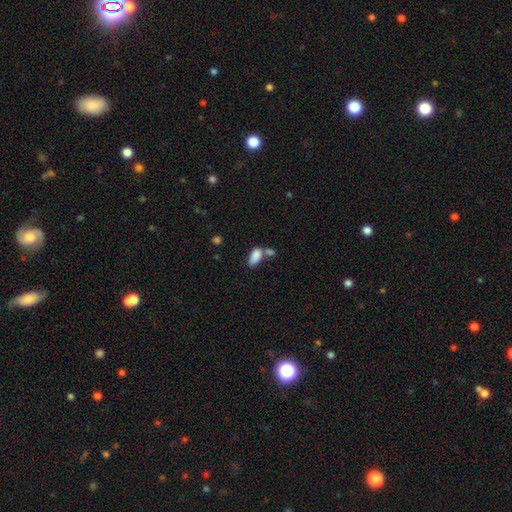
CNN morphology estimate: Smooth or featured: smooth — 84% (star or artifact — 8%)
How rounded: in between — 90% (cigar-shaped — 7%)
Merging: merger — 42% (none — 38%)